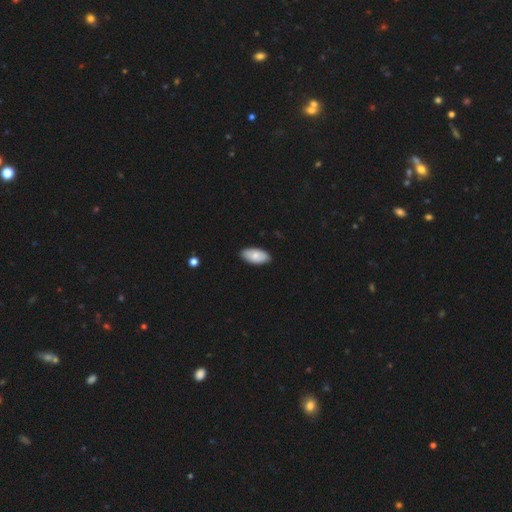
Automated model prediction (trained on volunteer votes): The model was most divided on "smooth or featured": smooth: 77%, featured or disk: 18%, star or artifact: 6%. More confident: how rounded — in between (95%); merging — none (88%).